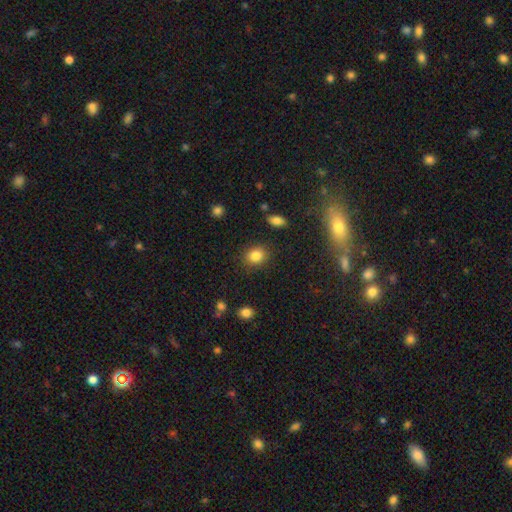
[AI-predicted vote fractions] Q: Smooth or featured?
A: smooth (84%); runner-up: star or artifact (10%)
Q: How rounded?
A: round (61%); runner-up: in between (38%)
Q: Merging?
A: none (86%); runner-up: minor disturbance (9%)